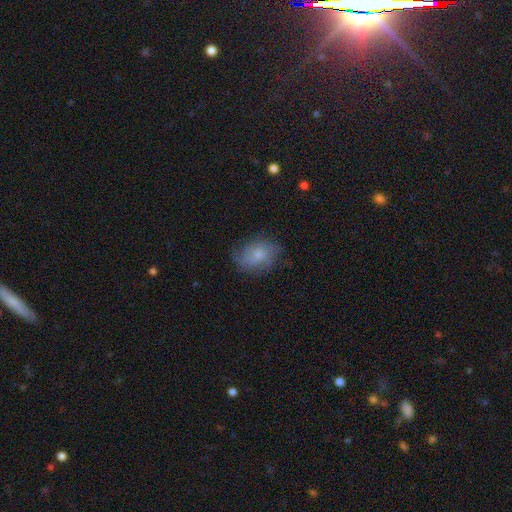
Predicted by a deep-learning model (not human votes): Q: Smooth or featured?
A: smooth (56%); runner-up: featured or disk (35%)
Q: How rounded?
A: in between (61%); runner-up: round (37%)
Q: Merging?
A: none (67%); runner-up: minor disturbance (23%)